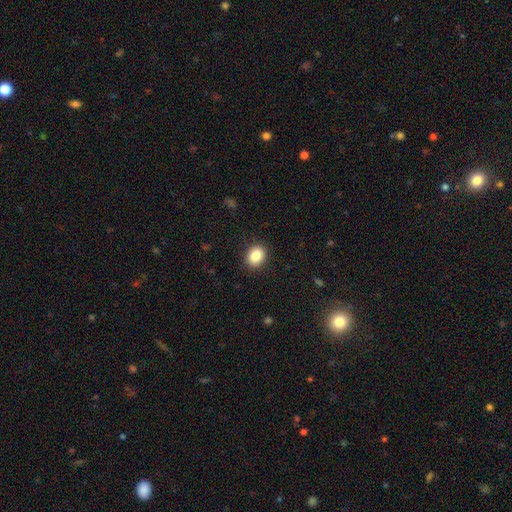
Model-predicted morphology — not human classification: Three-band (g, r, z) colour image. It shows a smooth galaxy with no disk features (86%) that is in between round and cigar-shaped (53%). Merging: none (89%).